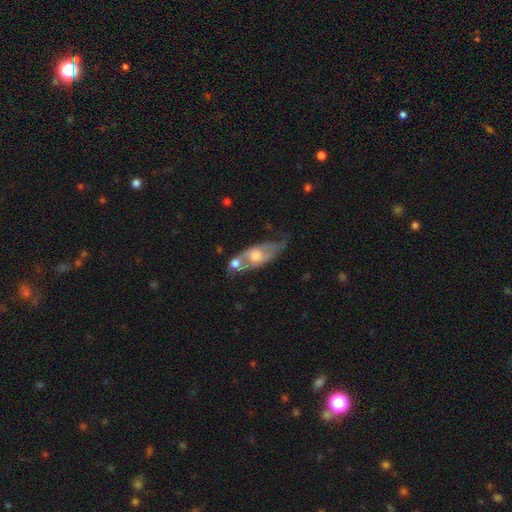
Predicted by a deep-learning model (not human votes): A featured or disk galaxy (65%).

Vote fractions:
- Smooth or featured? featured or disk: 65% / smooth: 28% / star or artifact: 6%
- Edge-on disk? no: 71% / yes: 29%
- Merging? none: 39% / minor disturbance: 24% / merger: 24% / major disturbance: 13%